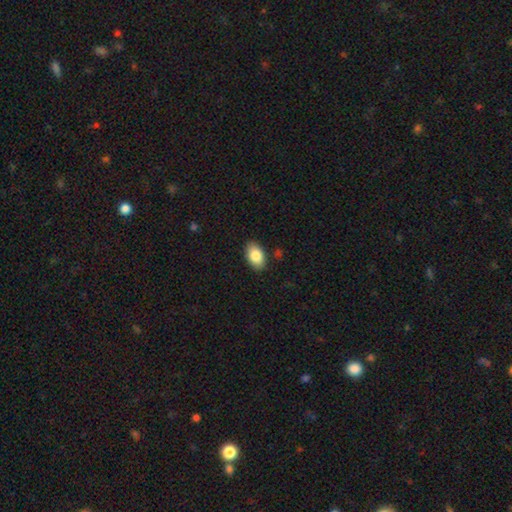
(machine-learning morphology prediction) Smooth or featured: smooth — 85% (featured or disk — 8%)
How rounded: in between — 91% (round — 7%)
Merging: none — 87% (minor disturbance — 9%)